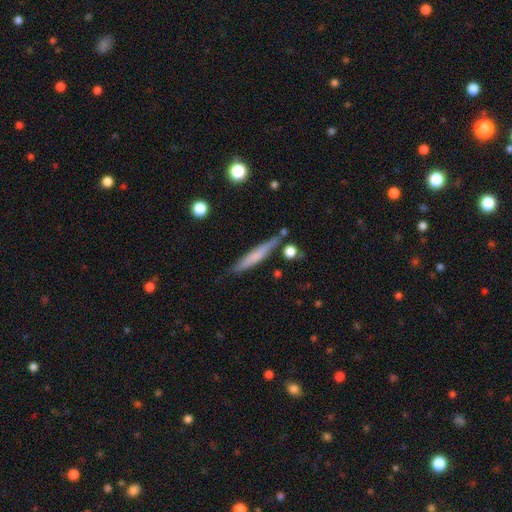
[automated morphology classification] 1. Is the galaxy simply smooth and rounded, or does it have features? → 58% smooth, 36% featured or disk, 7% star or artifact.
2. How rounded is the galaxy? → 93% cigar-shaped, 6% in between, 2% round.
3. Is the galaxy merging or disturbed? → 79% none, 14% minor disturbance, 5% merger, 3% major disturbance.